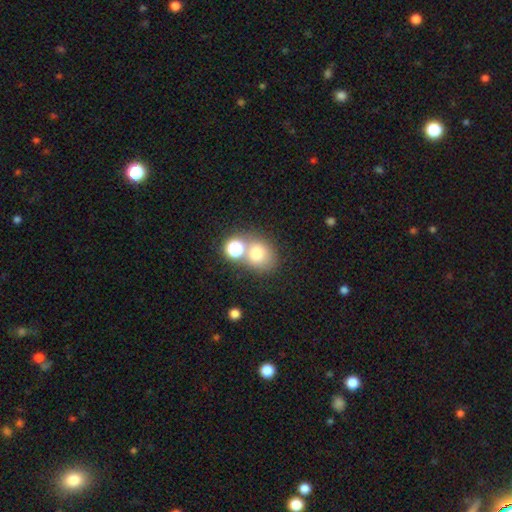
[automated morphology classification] This is likely a smooth galaxy (72%). How rounded: likely round (68%). Merging: possibly none (53%).